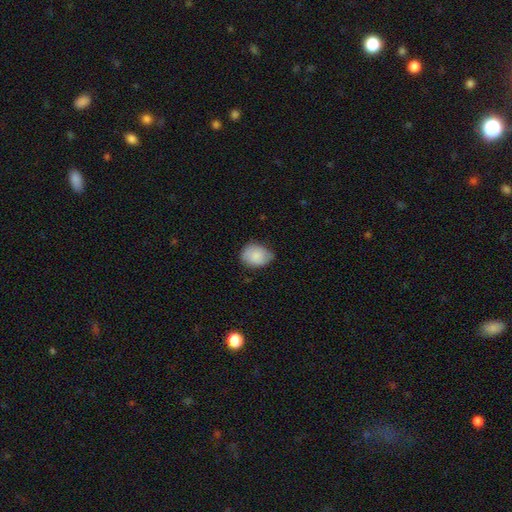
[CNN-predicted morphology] Q: Smooth or featured?
A: smooth (82%); runner-up: featured or disk (11%)
Q: How rounded?
A: in between (55%); runner-up: round (44%)
Q: Merging?
A: none (62%); runner-up: minor disturbance (31%)